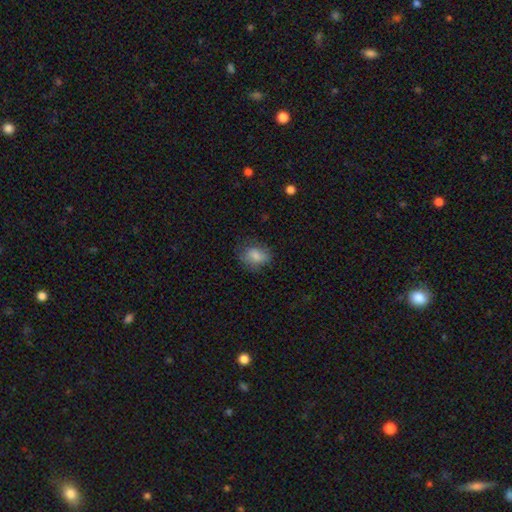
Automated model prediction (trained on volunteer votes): Q: Smooth or featured?
A: smooth (80%); runner-up: featured or disk (11%)
Q: How rounded?
A: in between (57%); runner-up: round (41%)
Q: Merging?
A: none (70%); runner-up: minor disturbance (21%)